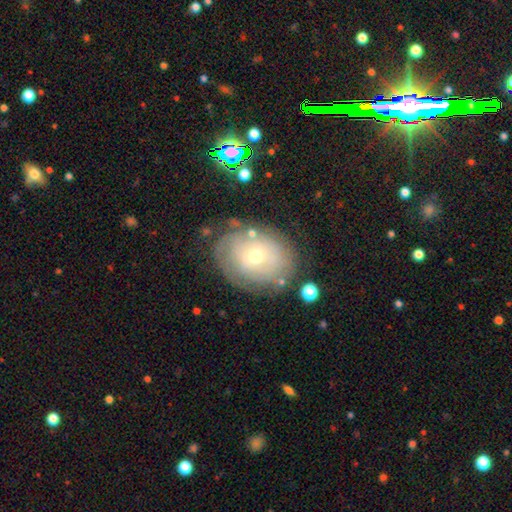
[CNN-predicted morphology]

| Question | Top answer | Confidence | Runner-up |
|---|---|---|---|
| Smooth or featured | featured or disk | 56% | smooth (34%) |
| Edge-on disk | no | 95% | yes (5%) |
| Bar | no | 83% | weak (14%) |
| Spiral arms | yes | 62% | no (38%) |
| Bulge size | small | 54% | moderate (42%) |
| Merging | none | 73% | minor disturbance (18%) |